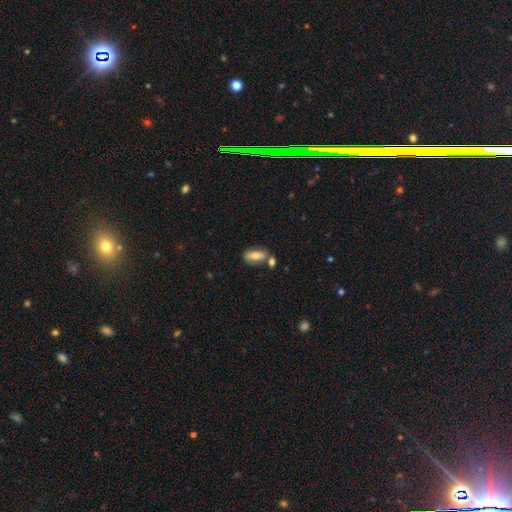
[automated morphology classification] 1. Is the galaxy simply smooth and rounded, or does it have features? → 63% smooth, 29% featured or disk, 7% star or artifact.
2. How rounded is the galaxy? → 81% in between, 15% cigar-shaped, 5% round.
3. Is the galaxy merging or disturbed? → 58% none, 21% merger, 16% minor disturbance, 5% major disturbance.